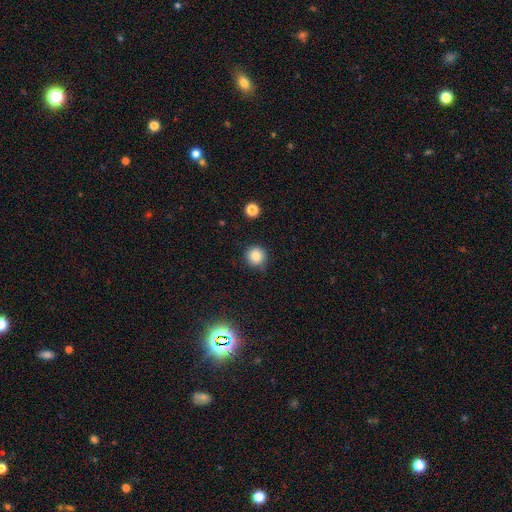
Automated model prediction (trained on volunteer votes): Smooth or featured?
  - smooth: 84% *
  - star or artifact: 11%
  - featured or disk: 5%
How rounded?
  - round: 94% *
  - in between: 5%
  - cigar-shaped: 1%
Merging?
  - none: 85% *
  - minor disturbance: 10%
  - major disturbance: 3%
  - merger: 2%